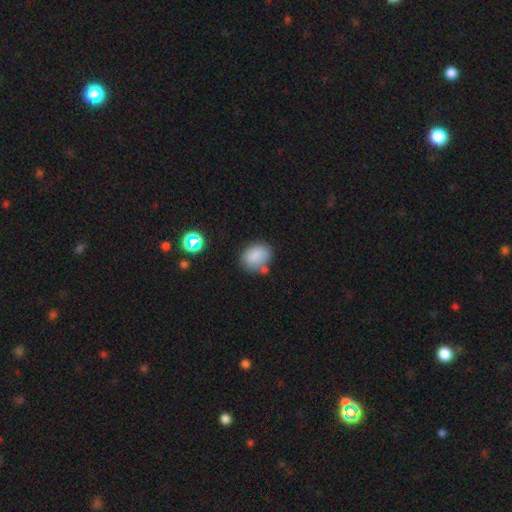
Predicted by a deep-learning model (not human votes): A smooth galaxy with no disk features (82%) that is in between round and cigar-shaped (51%).

Vote fractions:
- Smooth or featured? smooth: 82% / star or artifact: 10% / featured or disk: 8%
- How rounded? in between: 51% / round: 48% / cigar-shaped: 1%
- Merging? none: 64% / minor disturbance: 20% / merger: 11% / major disturbance: 6%